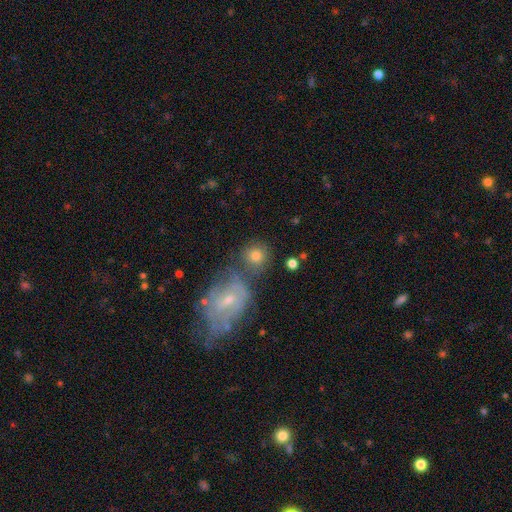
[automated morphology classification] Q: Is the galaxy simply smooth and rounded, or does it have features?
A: smooth — 72%.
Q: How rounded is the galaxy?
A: round — 84%.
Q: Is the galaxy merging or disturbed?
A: none — 60%.